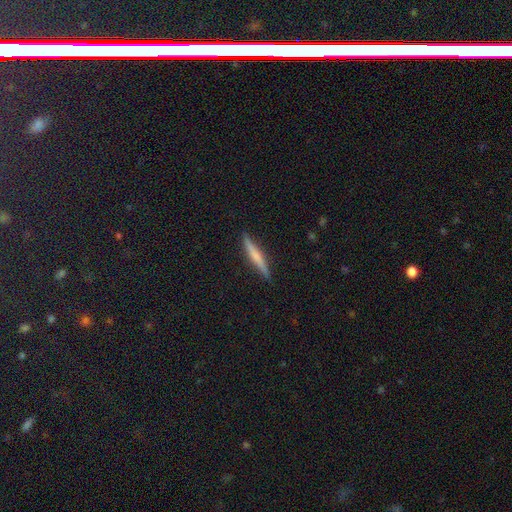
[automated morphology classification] type=smooth (48%); merging=none (90%).